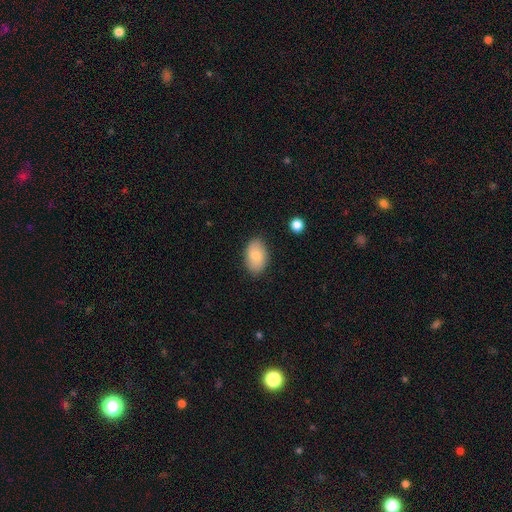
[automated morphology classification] Smooth or featured? Predicted: smooth (p=0.82). How rounded? Predicted: in between (p=0.91). Merging? Predicted: none (p=0.84).